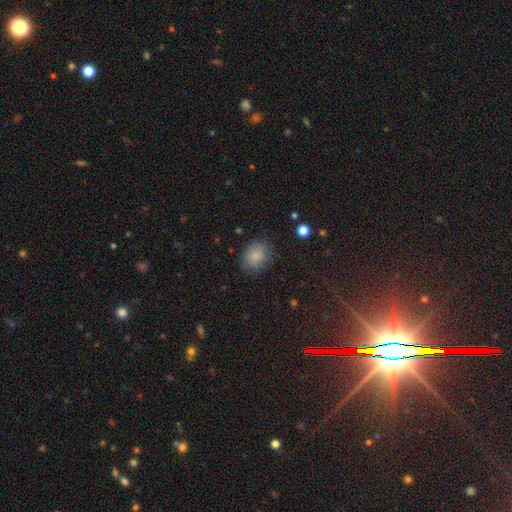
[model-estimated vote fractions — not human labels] A smooth galaxy with no disk features (82%) that is round (60%). Merging: none (79%).